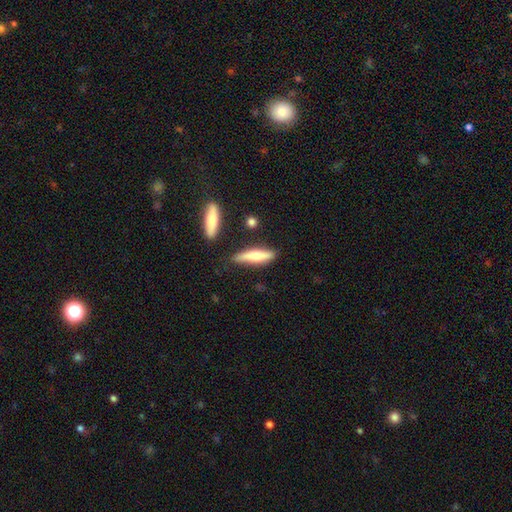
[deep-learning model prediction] A smooth galaxy with no disk features (55%) that is cigar-shaped (79%).

Vote fractions:
- Smooth or featured? smooth: 55% / featured or disk: 39% / star or artifact: 6%
- How rounded? cigar-shaped: 79% / in between: 19% / round: 2%
- Merging? none: 81% / minor disturbance: 12% / merger: 4% / major disturbance: 3%